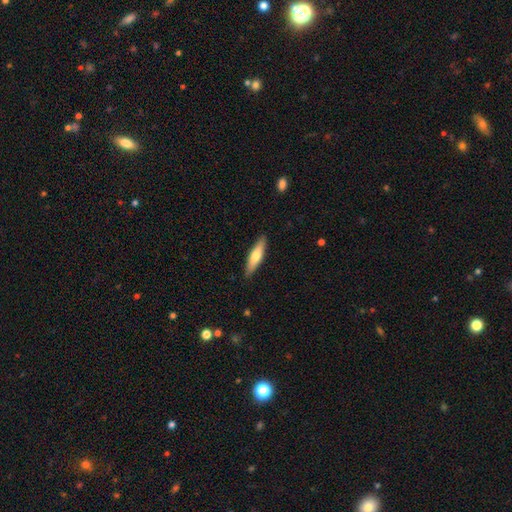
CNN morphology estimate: type=smooth (61%); roundness=cigar-shaped (75%); merging=none (89%).